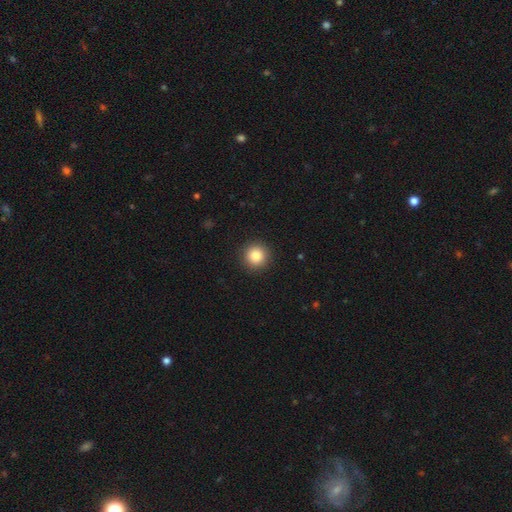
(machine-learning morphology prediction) type=smooth (84%); roundness=round (95%); merging=none (93%).